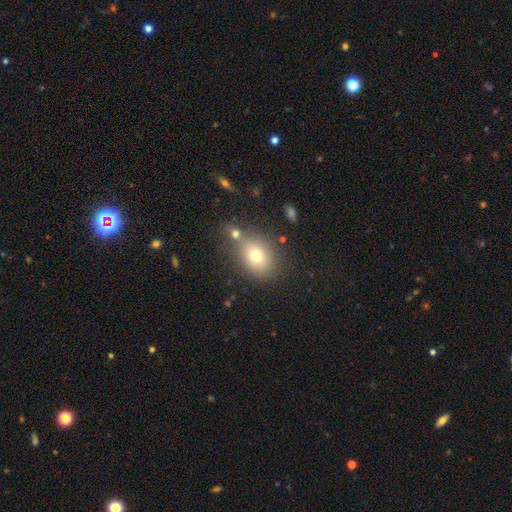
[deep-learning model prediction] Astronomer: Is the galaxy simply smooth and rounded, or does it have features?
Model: smooth — 73%.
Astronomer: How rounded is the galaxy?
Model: in between — 52% (runner-up: round, 47%).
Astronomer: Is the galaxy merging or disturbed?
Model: none — 65%.